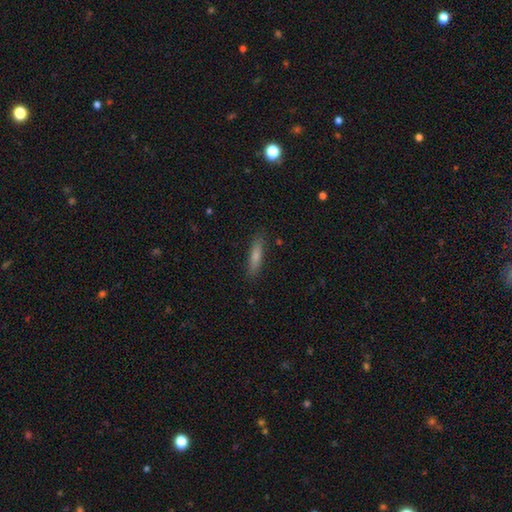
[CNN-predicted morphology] Smooth or featured? smooth (67%)
How rounded? cigar-shaped (83%)
Merging? none (88%)